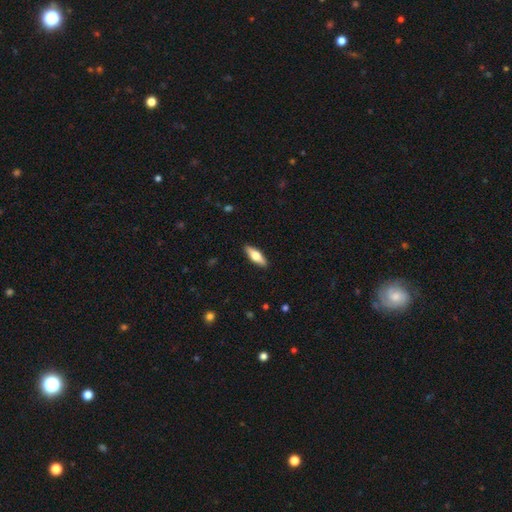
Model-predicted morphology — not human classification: Smooth or featured? Predicted: smooth (p=0.57). How rounded? Predicted: in between (p=0.53). Merging? Predicted: none (p=0.90).